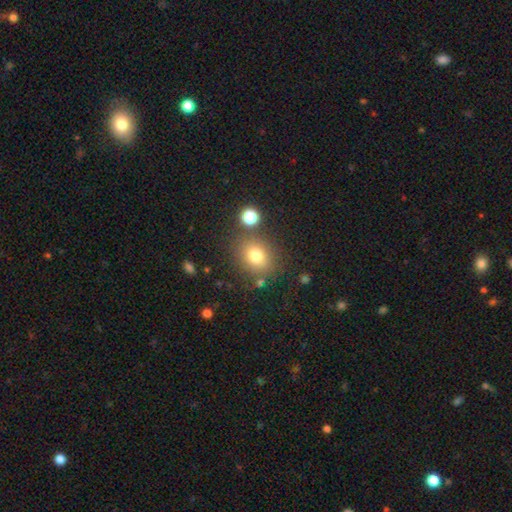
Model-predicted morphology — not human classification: smooth-or-featured: smooth: 77% | star or artifact: 14% | featured or disk: 10%
  how-rounded: round: 61% | in between: 38% | cigar-shaped: 1%
  merging: none: 76% | minor disturbance: 11% | merger: 8% | major disturbance: 4%